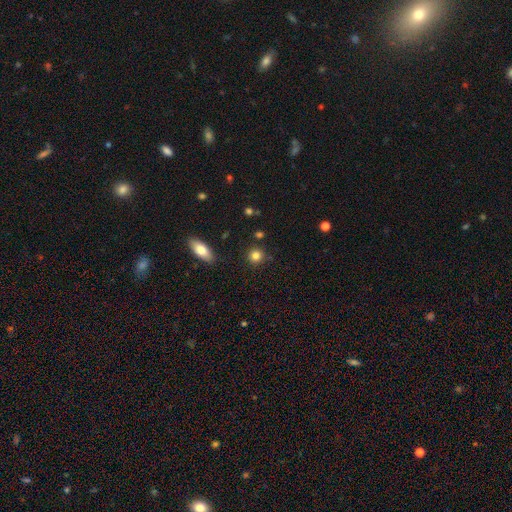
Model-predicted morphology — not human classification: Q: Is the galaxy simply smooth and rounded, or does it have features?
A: smooth — 83%.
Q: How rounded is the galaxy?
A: round — 89%.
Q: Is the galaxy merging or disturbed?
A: none — 86%.